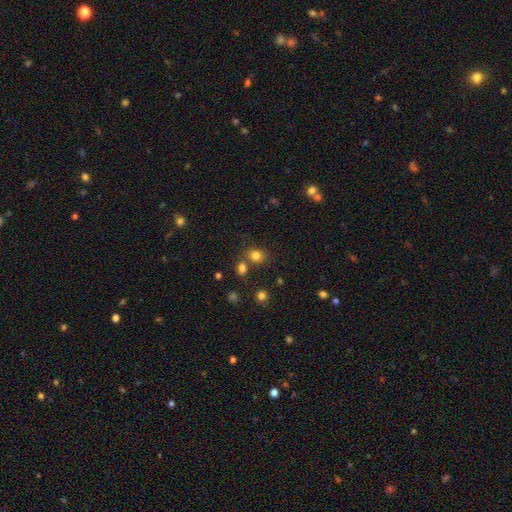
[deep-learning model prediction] A smooth galaxy with no disk features (79%) that is round (63%). Merging: none (67%).